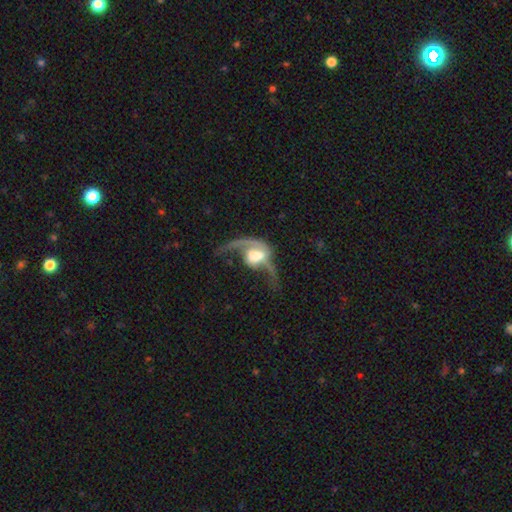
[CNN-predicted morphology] type=featured or disk (71%); edge-on=no (92%); bar=no (55%); spiral arms=yes (77%); winding=loose (77%); arm count=2 (47%); bulge=large (46%); merging=major disturbance (52%).